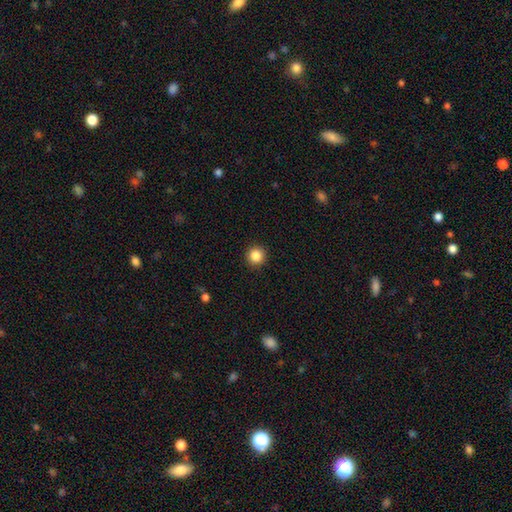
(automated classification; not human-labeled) Smooth or featured?
  - smooth: 86% *
  - star or artifact: 10%
  - featured or disk: 4%
How rounded?
  - round: 95% *
  - in between: 4%
  - cigar-shaped: 1%
Merging?
  - none: 92% *
  - minor disturbance: 5%
  - major disturbance: 2%
  - merger: 1%